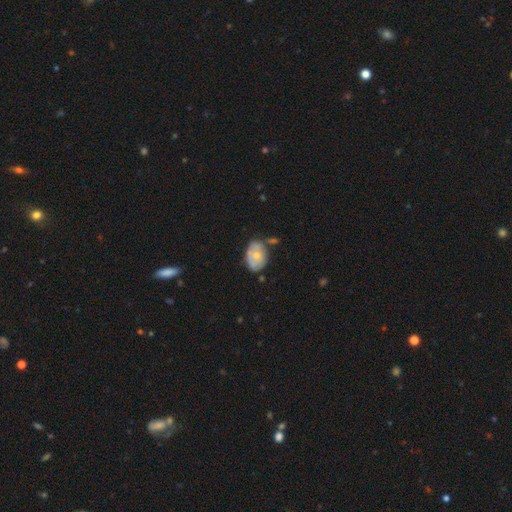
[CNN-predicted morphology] type=smooth (54%); roundness=in between (80%); merging=none (50%).